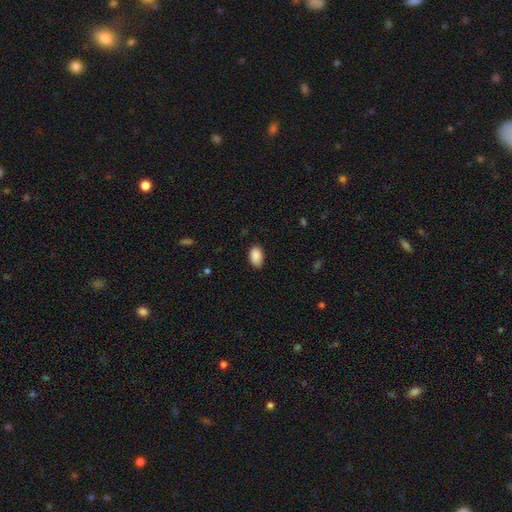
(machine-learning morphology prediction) smooth 90%, star or artifact 7%, featured or disk 3%. Down the decision tree: how rounded — in between (91%); merging — none (81%).